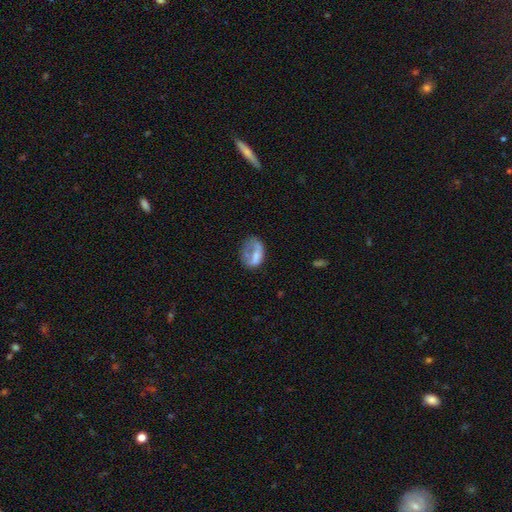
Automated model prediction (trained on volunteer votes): This appears to be a smooth galaxy with no disk features (59%) that is in between round and cigar-shaped (78%). Merging: major disturbance (38%).